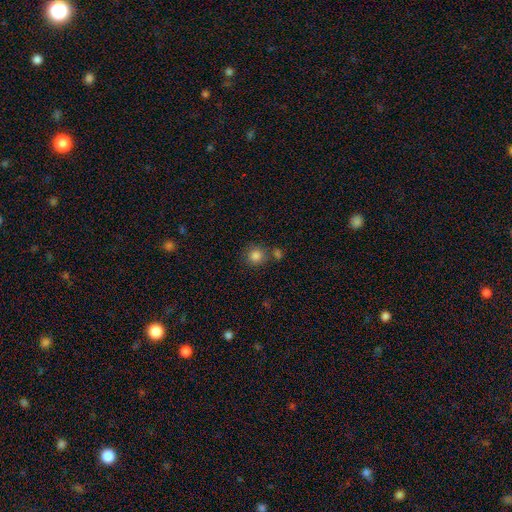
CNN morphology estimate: smooth-or-featured: smooth: 84% | star or artifact: 11% | featured or disk: 5%
  how-rounded: round: 91% | in between: 8% | cigar-shaped: 1%
  merging: none: 69% | merger: 17% | minor disturbance: 10% | major disturbance: 4%